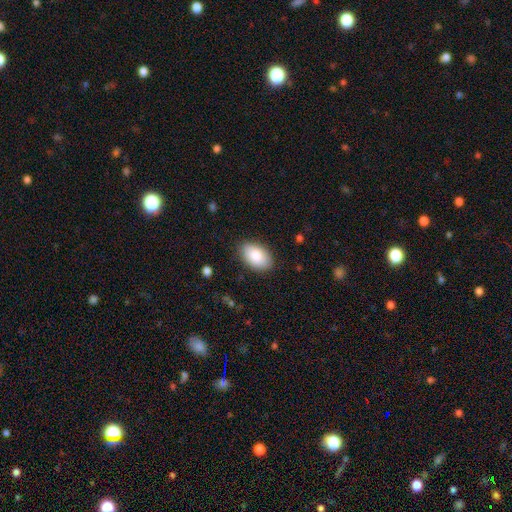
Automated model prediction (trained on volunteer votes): Smooth or featured: smooth — 86% (featured or disk — 8%)
How rounded: in between — 92% (round — 7%)
Merging: none — 85% (minor disturbance — 12%)